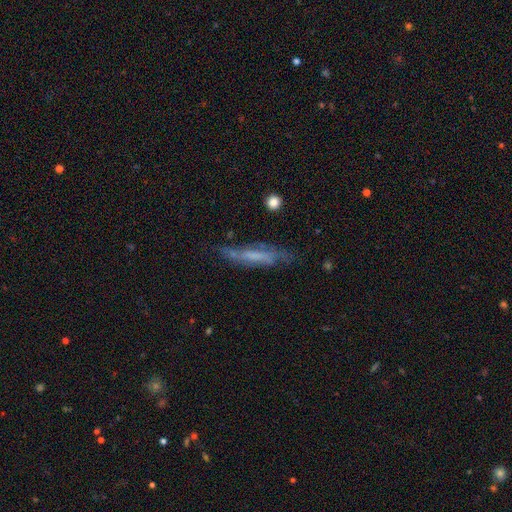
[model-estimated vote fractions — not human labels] Morphology: type=featured or disk (55%); edge-on=yes (57%); merging=none (63%).